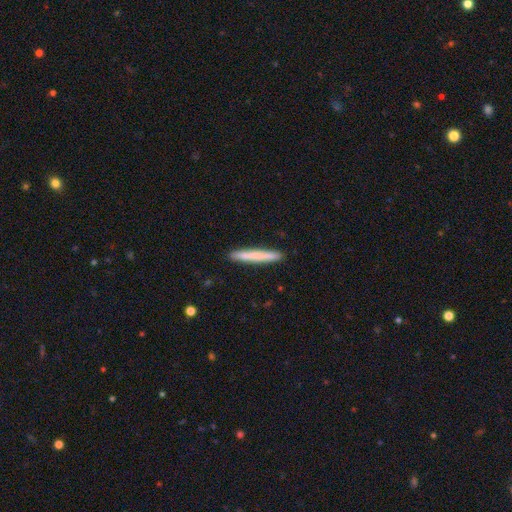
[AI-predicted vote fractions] Smooth or featured?
  - smooth: 72% *
  - featured or disk: 22%
  - star or artifact: 5%
How rounded?
  - cigar-shaped: 97% *
  - in between: 2%
  - round: 1%
Merging?
  - none: 92% *
  - minor disturbance: 6%
  - major disturbance: 1%
  - merger: 1%